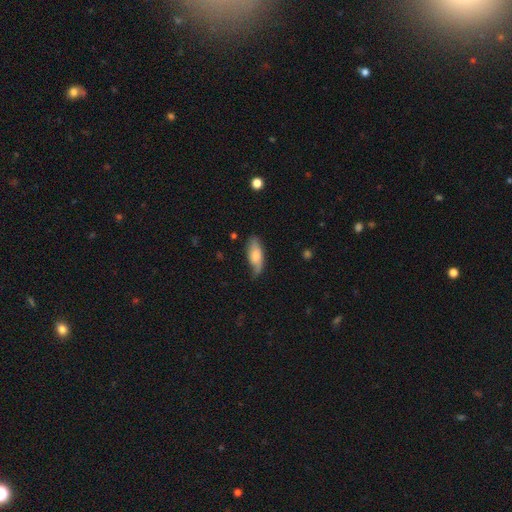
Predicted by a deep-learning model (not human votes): Smooth or featured? Predicted: smooth (p=0.66). How rounded? Predicted: in between (p=0.75). Merging? Predicted: none (p=0.61).